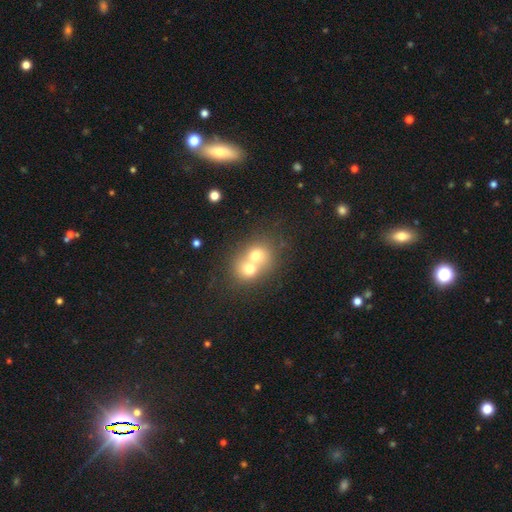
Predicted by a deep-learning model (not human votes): This is likely a smooth galaxy (66%). How rounded: likely round (71%). Merging: likely merger (73%).